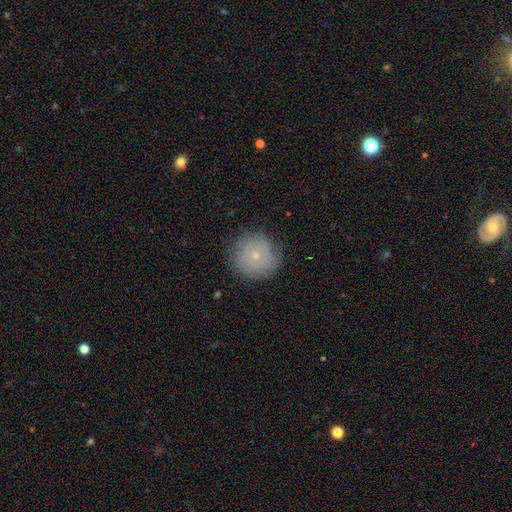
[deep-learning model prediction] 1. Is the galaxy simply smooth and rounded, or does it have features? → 65% smooth, 26% featured or disk, 10% star or artifact.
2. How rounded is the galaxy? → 94% round, 6% in between, 1% cigar-shaped.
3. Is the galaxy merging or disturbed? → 79% none, 16% minor disturbance, 4% major disturbance, 1% merger.